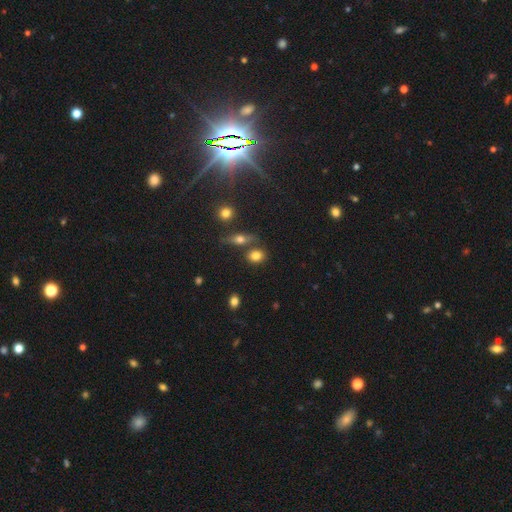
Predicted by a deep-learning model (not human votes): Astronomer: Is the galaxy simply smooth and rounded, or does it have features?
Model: smooth — 79%.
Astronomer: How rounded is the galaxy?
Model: in between — 52% (runner-up: round, 45%).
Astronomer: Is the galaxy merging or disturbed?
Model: none — 66%.